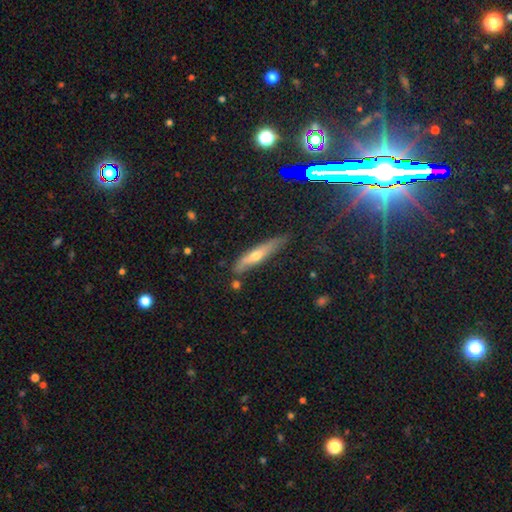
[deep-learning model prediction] A featured or disk galaxy (48%). Merging: none (74%).